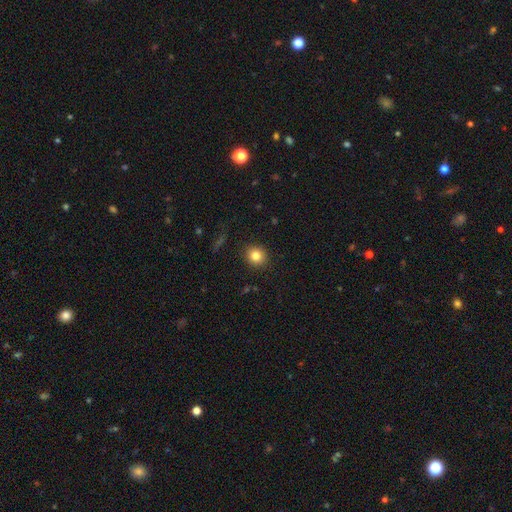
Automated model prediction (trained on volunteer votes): Smooth or featured?
  - smooth: 83% *
  - star or artifact: 11%
  - featured or disk: 7%
How rounded?
  - round: 87% *
  - in between: 12%
  - cigar-shaped: 1%
Merging?
  - none: 91% *
  - minor disturbance: 6%
  - major disturbance: 2%
  - merger: 1%